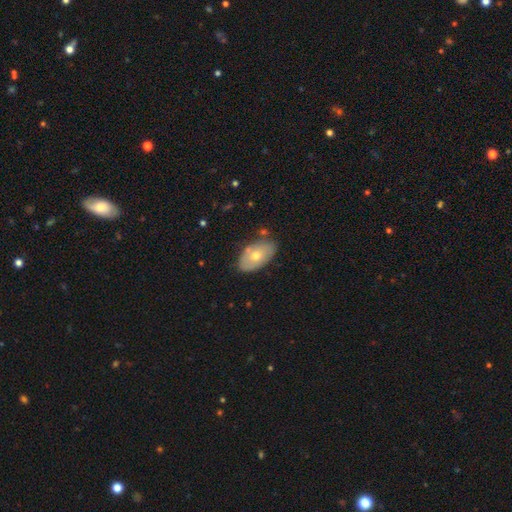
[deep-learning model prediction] Morphology: type=smooth (59%); roundness=in between (92%); merging=none (78%).